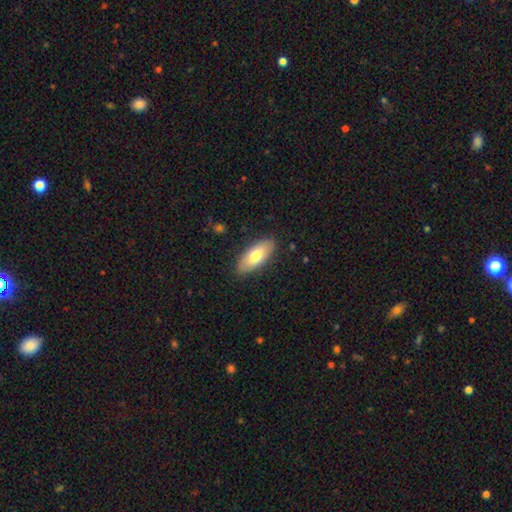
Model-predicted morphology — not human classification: Smooth or featured: smooth — 75% (featured or disk — 20%)
How rounded: in between — 85% (cigar-shaped — 13%)
Merging: none — 86% (minor disturbance — 10%)